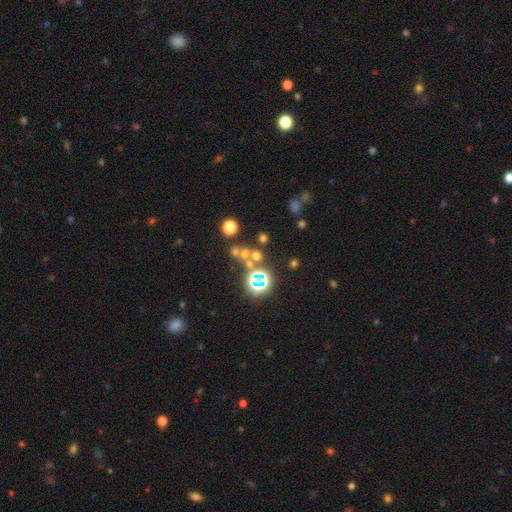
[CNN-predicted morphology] Smooth or featured: star or artifact — 43% (smooth — 42%)